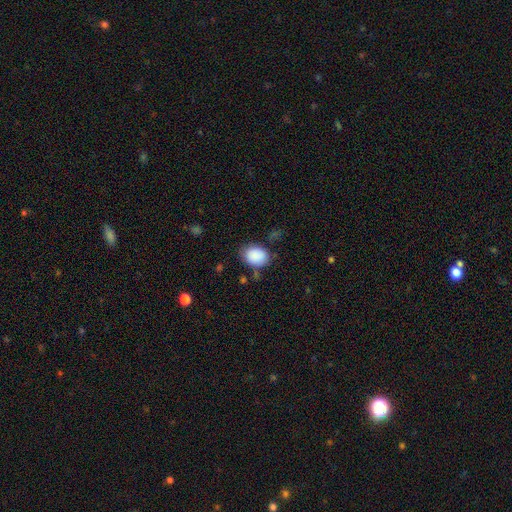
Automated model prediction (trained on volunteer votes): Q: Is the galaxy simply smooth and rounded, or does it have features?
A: smooth — 89%.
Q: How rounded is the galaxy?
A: in between — 65%.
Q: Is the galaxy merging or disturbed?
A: none — 73%.